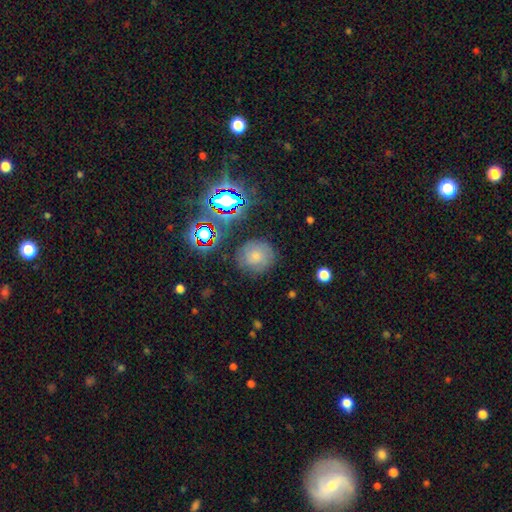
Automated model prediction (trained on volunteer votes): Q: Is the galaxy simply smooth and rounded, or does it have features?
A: smooth — 63%.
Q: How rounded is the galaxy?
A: round — 85%.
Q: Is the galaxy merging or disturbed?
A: none — 77%.